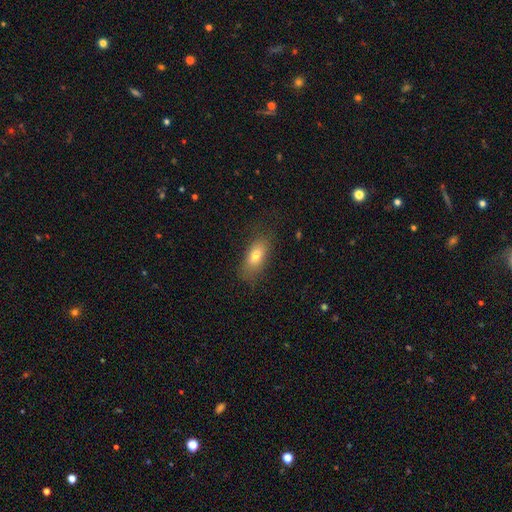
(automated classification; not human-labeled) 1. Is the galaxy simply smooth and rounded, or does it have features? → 75% smooth, 16% featured or disk, 9% star or artifact.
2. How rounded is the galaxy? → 81% in between, 14% cigar-shaped, 5% round.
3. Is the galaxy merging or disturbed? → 76% none, 16% minor disturbance, 6% major disturbance, 1% merger.